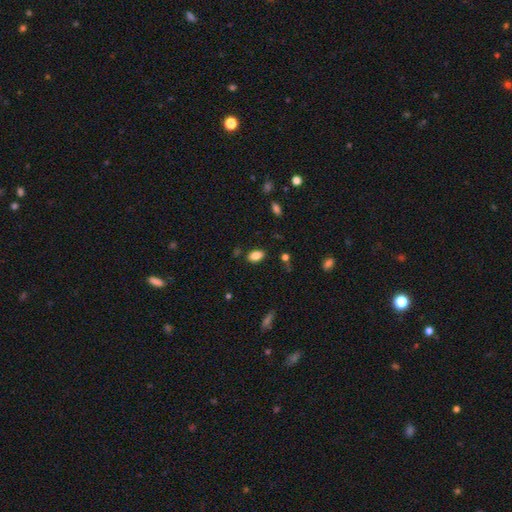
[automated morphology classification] type=smooth (84%); roundness=in between (90%); merging=none (84%).